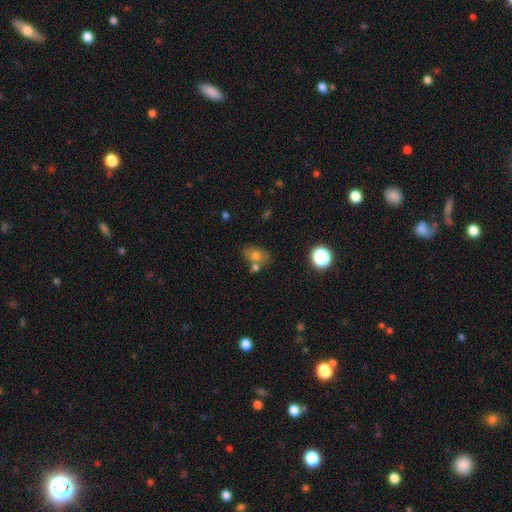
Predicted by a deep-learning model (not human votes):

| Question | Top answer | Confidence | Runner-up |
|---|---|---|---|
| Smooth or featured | smooth | 68% | featured or disk (18%) |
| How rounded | in between | 75% | round (23%) |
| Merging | none | 56% | merger (25%) |